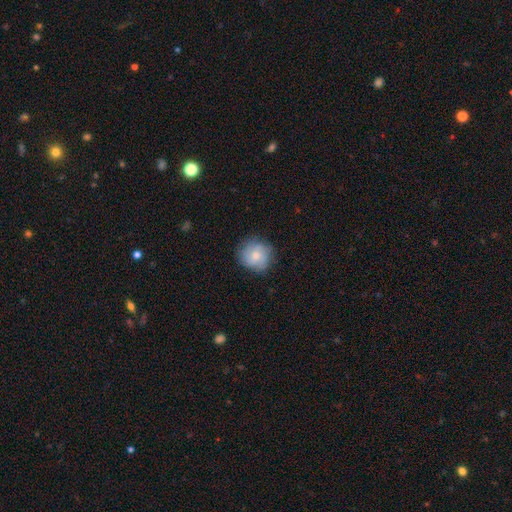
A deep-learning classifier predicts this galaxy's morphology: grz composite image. It shows a smooth galaxy with no disk features (67%) that is round (88%). Merging: none (76%).